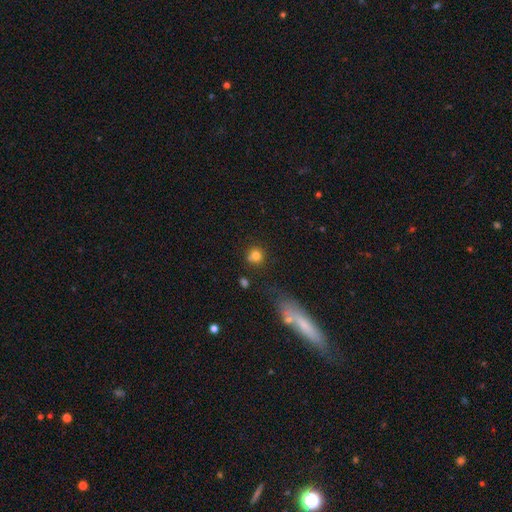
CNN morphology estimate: Smooth or featured? Predicted: smooth (p=0.78). How rounded? Predicted: round (p=0.88). Merging? Predicted: none (p=0.65).